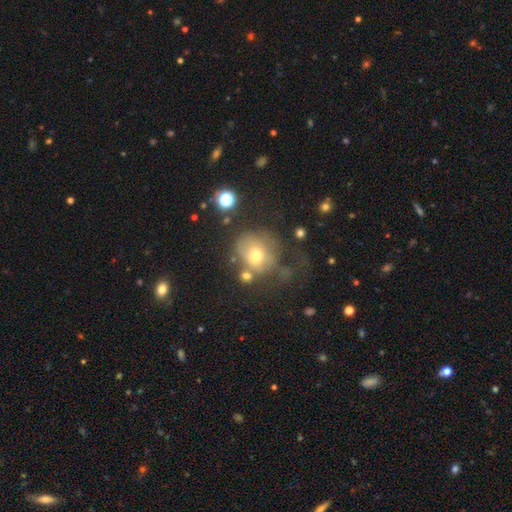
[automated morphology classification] Overall: smooth (58%; featured or disk 28%). How rounded: round (72%). Merging: major disturbance (35%; none 33%).